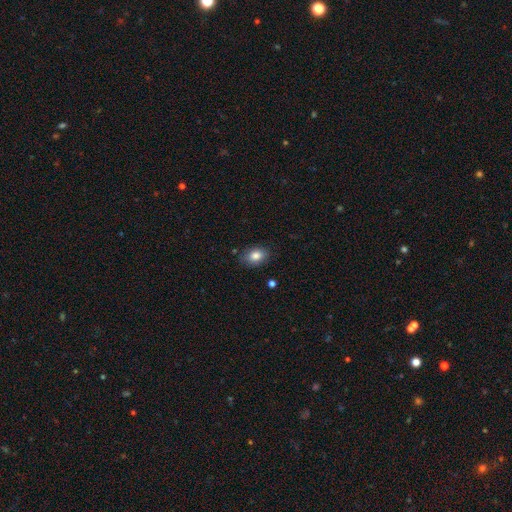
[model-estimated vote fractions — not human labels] smooth-or-featured: smooth: 83% | star or artifact: 9% | featured or disk: 8%
  how-rounded: in between: 76% | round: 23% | cigar-shaped: 1%
  merging: none: 83% | minor disturbance: 13% | major disturbance: 3% | merger: 2%